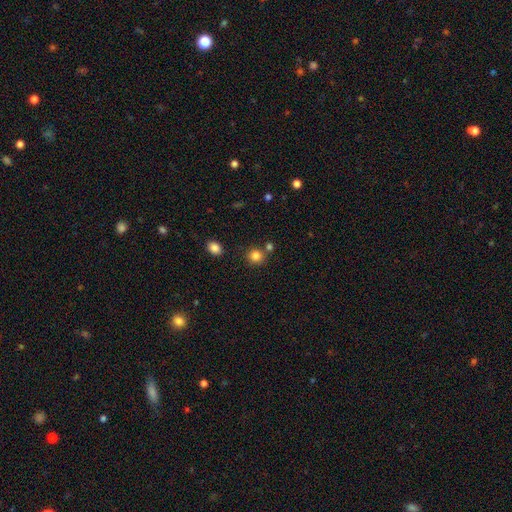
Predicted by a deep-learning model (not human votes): A smooth galaxy with no disk features (83%) that is round (88%).

Vote fractions:
- Smooth or featured? smooth: 83% / star or artifact: 12% / featured or disk: 5%
- How rounded? round: 88% / in between: 11% / cigar-shaped: 1%
- Merging? none: 76% / merger: 12% / minor disturbance: 9% / major disturbance: 3%